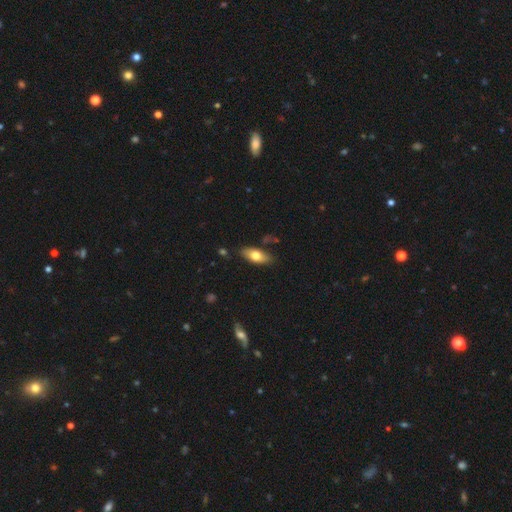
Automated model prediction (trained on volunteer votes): Smooth or featured: smooth — 71% (featured or disk — 23%)
How rounded: in between — 82% (cigar-shaped — 15%)
Merging: none — 82% (minor disturbance — 13%)